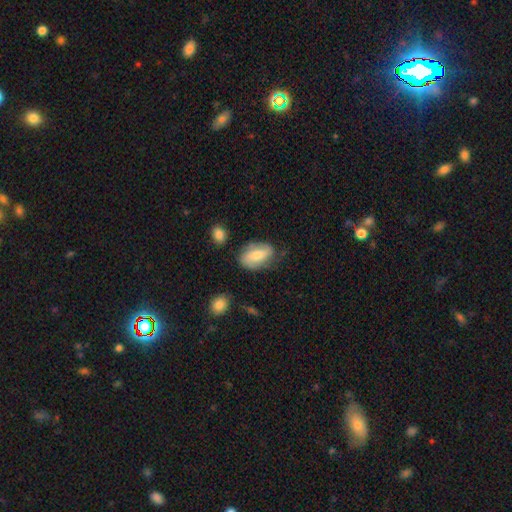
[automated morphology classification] smooth 56%, featured or disk 37%, star or artifact 7%. Down the decision tree: how rounded — in between (89%); merging — none (68%).